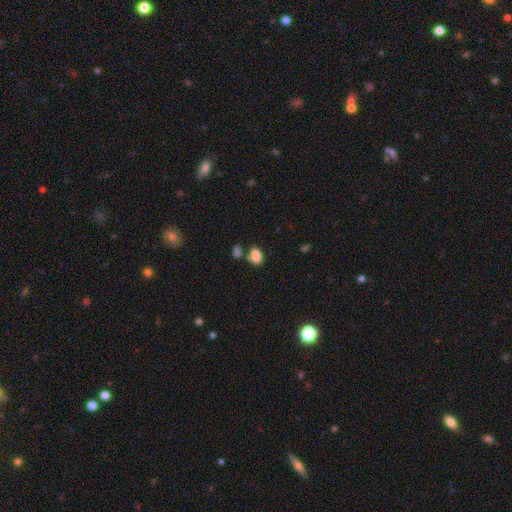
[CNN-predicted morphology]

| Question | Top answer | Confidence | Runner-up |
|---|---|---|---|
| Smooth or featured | smooth | 84% | star or artifact (9%) |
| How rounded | in between | 87% | round (11%) |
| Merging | none | 56% | merger (24%) |